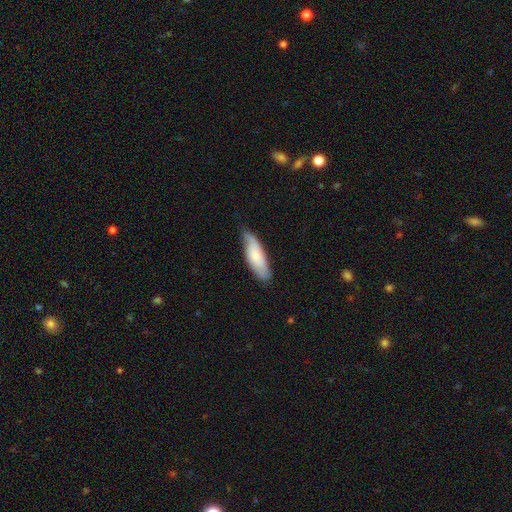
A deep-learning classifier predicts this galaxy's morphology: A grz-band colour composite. It shows a smooth galaxy with no disk features (65%) that is in between round and cigar-shaped (58%). Merging: none (69%).